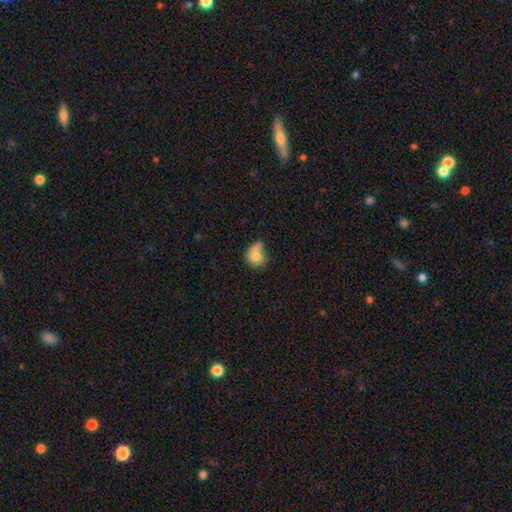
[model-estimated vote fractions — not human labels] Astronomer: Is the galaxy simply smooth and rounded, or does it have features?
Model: smooth — 74%.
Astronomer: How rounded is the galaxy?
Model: round — 66%.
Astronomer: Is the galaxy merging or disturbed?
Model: none — 32% (runner-up: minor disturbance, 29%).